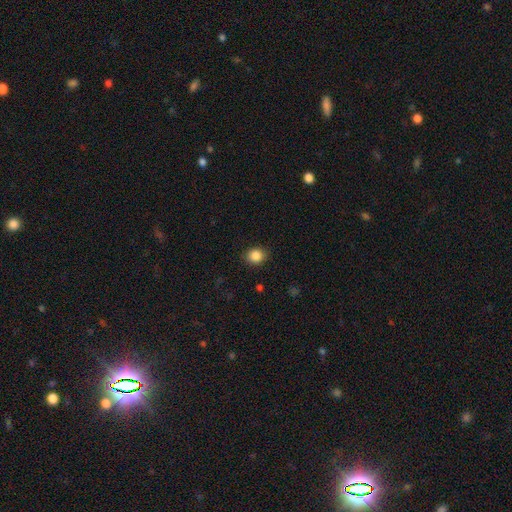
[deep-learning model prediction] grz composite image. It shows a smooth galaxy with no disk features (86%) that is round (72%). Merging: none (89%).